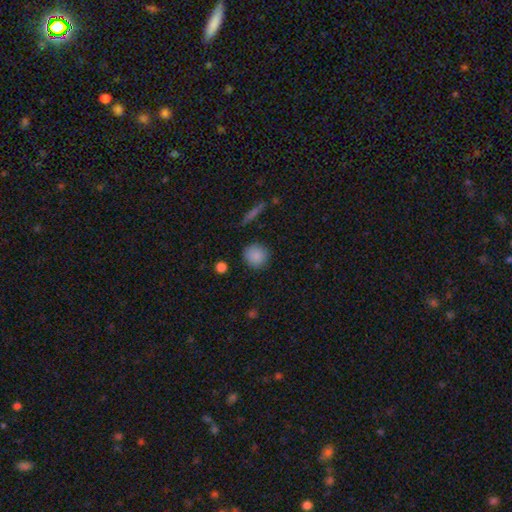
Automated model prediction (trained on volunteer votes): Q: Smooth or featured?
A: smooth (87%); runner-up: star or artifact (8%)
Q: How rounded?
A: round (92%); runner-up: in between (7%)
Q: Merging?
A: none (87%); runner-up: minor disturbance (8%)